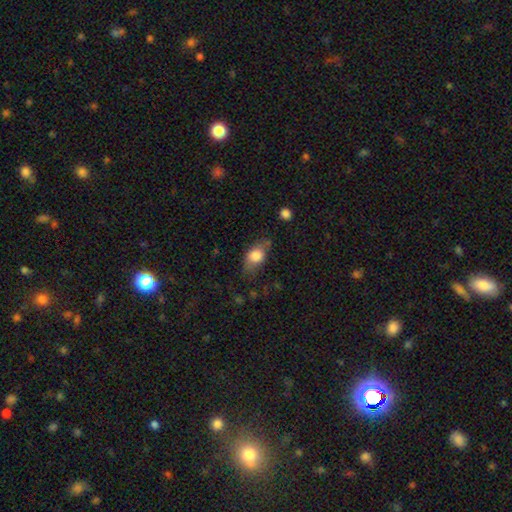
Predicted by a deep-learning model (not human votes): smooth_or_featured: smooth (p=0.78) [alt: featured or disk p=0.14]
how_rounded: in between (p=0.78) [alt: round p=0.19]
merging: none (p=0.61) [alt: minor disturbance p=0.27]